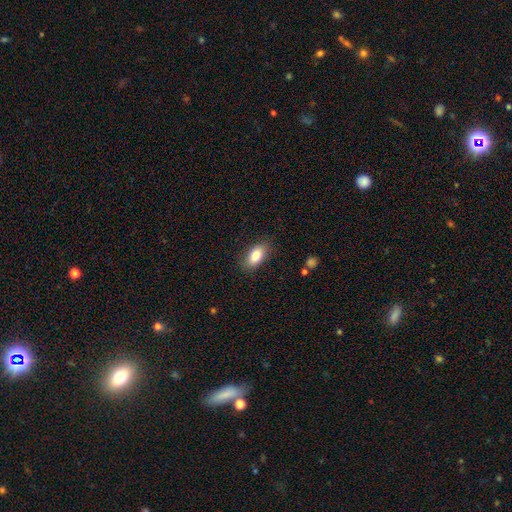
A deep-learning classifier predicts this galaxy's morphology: Q: Smooth or featured?
A: smooth (82%); runner-up: featured or disk (11%)
Q: How rounded?
A: in between (90%); runner-up: cigar-shaped (6%)
Q: Merging?
A: none (86%); runner-up: minor disturbance (10%)